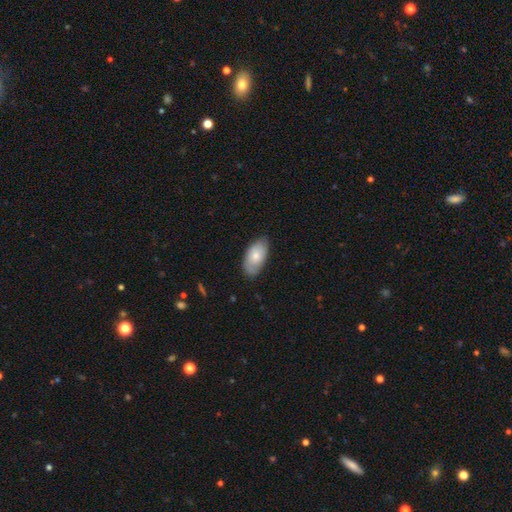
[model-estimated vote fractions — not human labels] Morphology: type=smooth (72%); roundness=in between (94%); merging=none (78%).